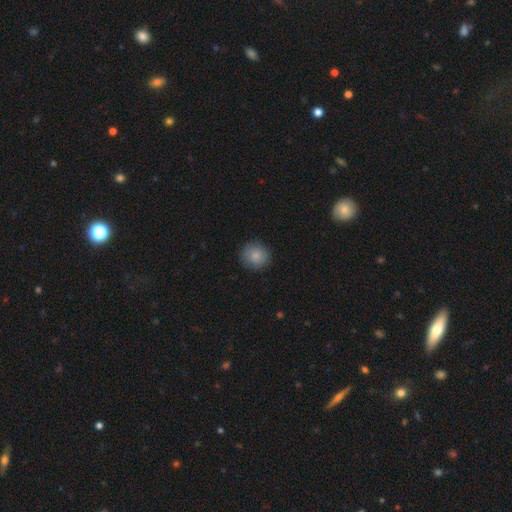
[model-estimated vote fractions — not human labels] This is clearly a smooth galaxy (86%). How rounded: clearly round (91%). Merging: clearly none (88%).